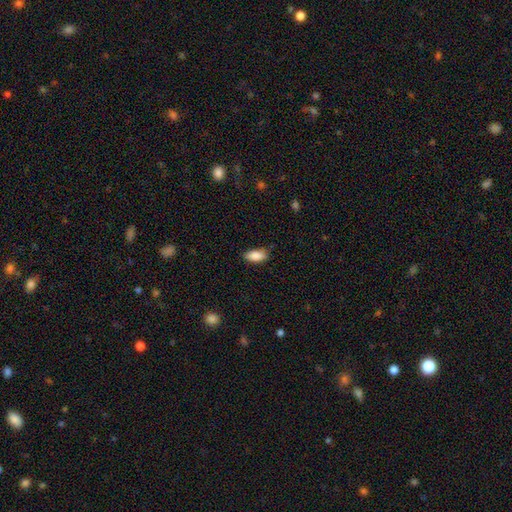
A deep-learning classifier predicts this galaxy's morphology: Smooth or featured: smooth — 89% (star or artifact — 7%)
How rounded: in between — 91% (cigar-shaped — 7%)
Merging: none — 82% (minor disturbance — 14%)